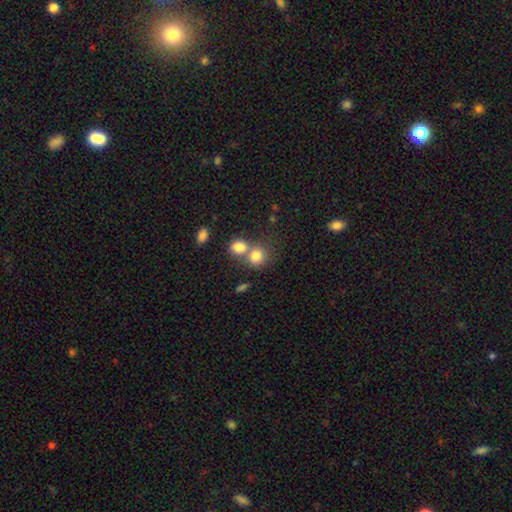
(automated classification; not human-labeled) This is clearly a smooth galaxy (81%). How rounded: likely round (77%). Merging: possibly merger (47%).